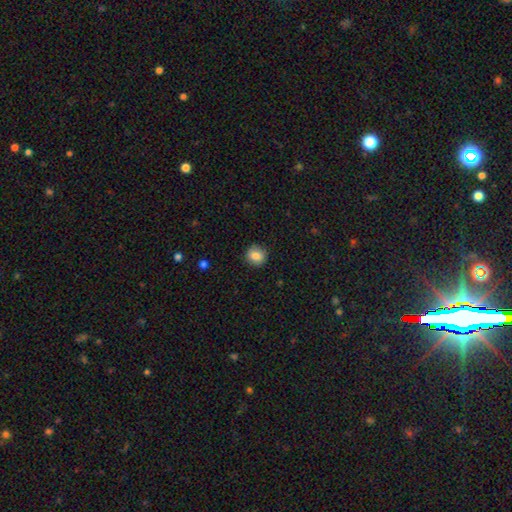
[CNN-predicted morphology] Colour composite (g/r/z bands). It shows a smooth galaxy with no disk features (84%) that is round (86%). Merging: none (89%).